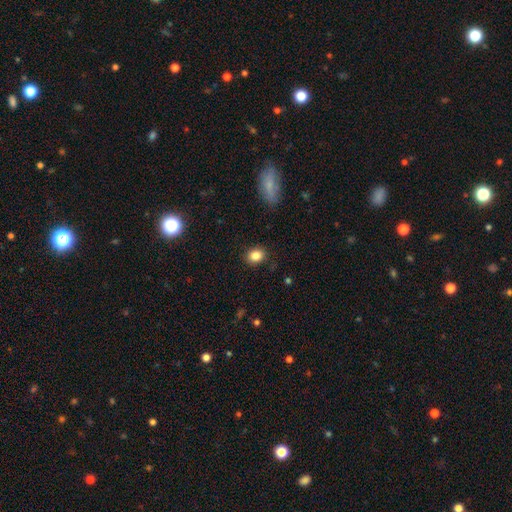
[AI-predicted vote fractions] smooth_or_featured: smooth (p=0.85) [alt: star or artifact p=0.10]
how_rounded: in between (p=0.51) [alt: round p=0.48]
merging: none (p=0.88) [alt: minor disturbance p=0.09]